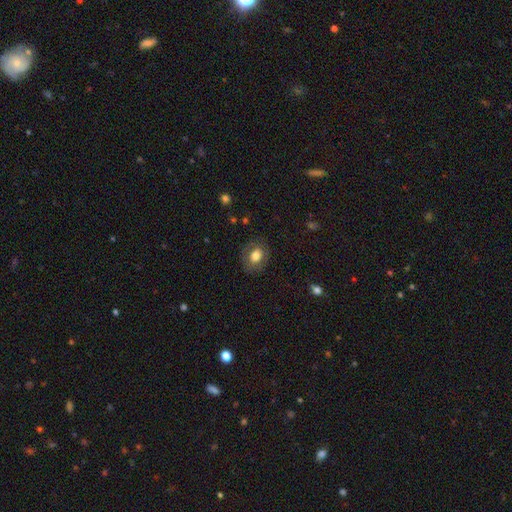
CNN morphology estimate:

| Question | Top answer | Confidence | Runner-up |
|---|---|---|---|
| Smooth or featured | smooth | 73% | featured or disk (19%) |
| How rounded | in between | 59% | round (40%) |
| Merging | none | 82% | minor disturbance (12%) |